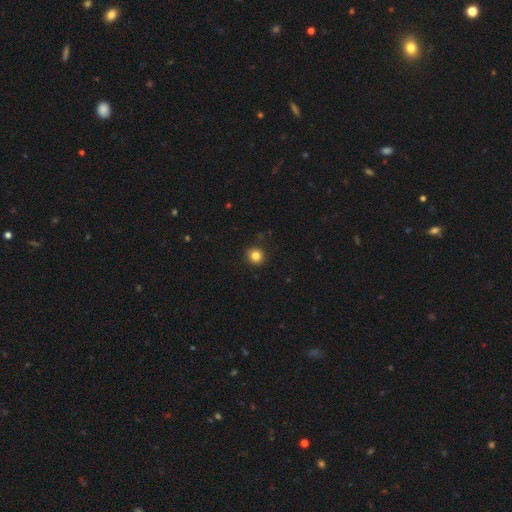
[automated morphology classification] smooth_or_featured: smooth (p=0.84) [alt: star or artifact p=0.12]
how_rounded: round (p=0.93) [alt: in between p=0.06]
merging: none (p=0.92) [alt: minor disturbance p=0.05]